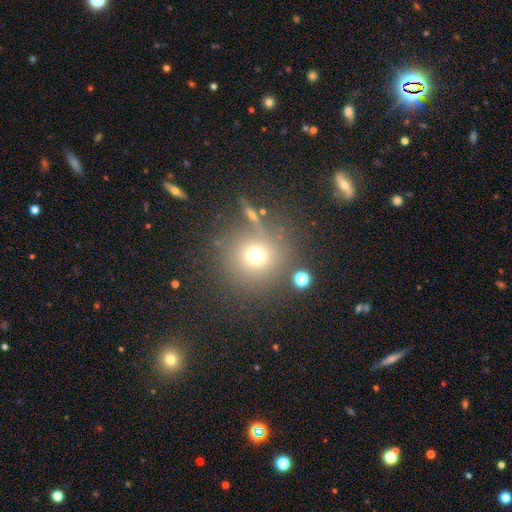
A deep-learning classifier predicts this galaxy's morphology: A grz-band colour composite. It shows a smooth galaxy with no disk features (68%) that is round (92%). Merging: none (74%).